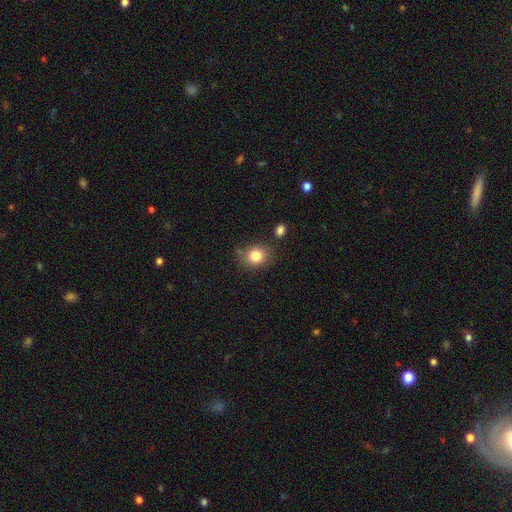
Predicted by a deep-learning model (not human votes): A smooth galaxy with no disk features (83%) that is round (69%). Merging: none (73%).